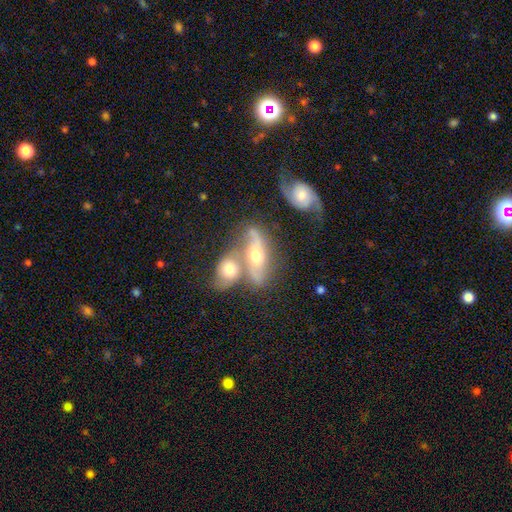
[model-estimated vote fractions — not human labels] This appears to be a featured or disk galaxy (61%). Merging: merger (56%).